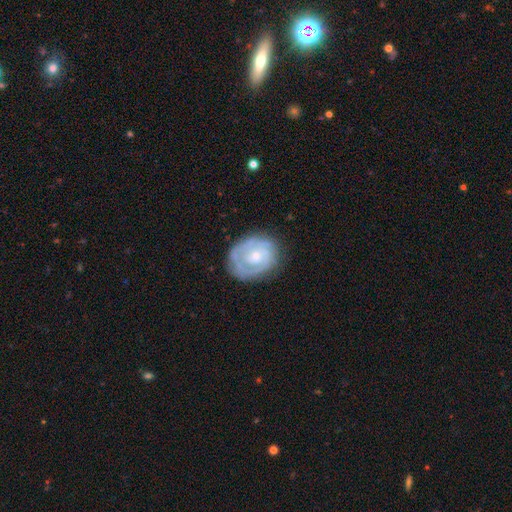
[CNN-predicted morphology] Smooth or featured? featured or disk (76%)
Edge-on disk? no (98%)
Bar? no (75%)
Spiral arms? yes (84%)
Spiral winding? tight (70%)
Spiral arm count? can't tell (36%)
Bulge size? small (62%)
Merging? none (73%)